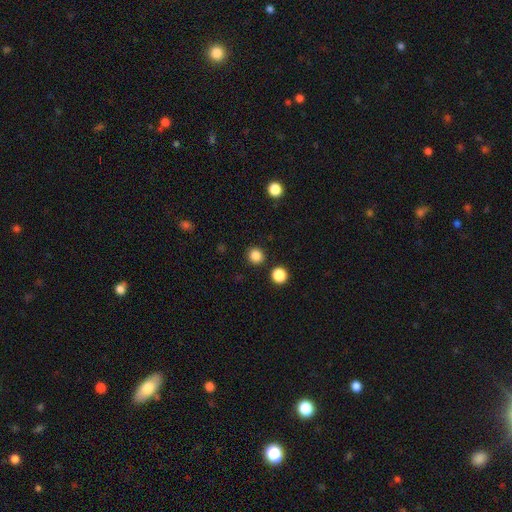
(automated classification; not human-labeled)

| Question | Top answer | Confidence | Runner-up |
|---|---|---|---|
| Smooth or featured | smooth | 85% | star or artifact (12%) |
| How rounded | round | 94% | in between (5%) |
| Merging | none | 91% | minor disturbance (5%) |